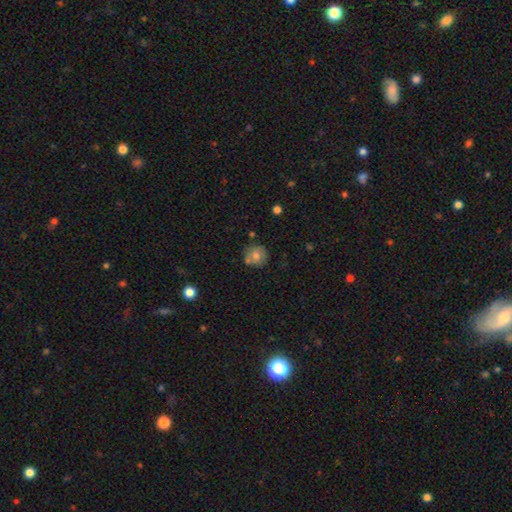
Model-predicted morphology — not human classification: Smooth or featured? Predicted: smooth (p=0.73). How rounded? Predicted: round (p=0.91). Merging? Predicted: none (p=0.73).